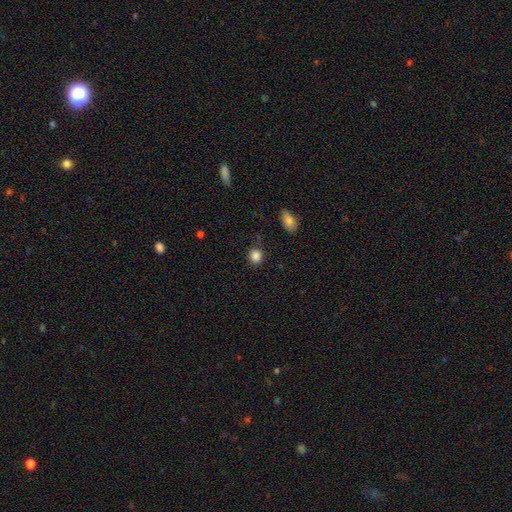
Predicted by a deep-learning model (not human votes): Smooth or featured? smooth (86%)
How rounded? round (78%)
Merging? none (82%)